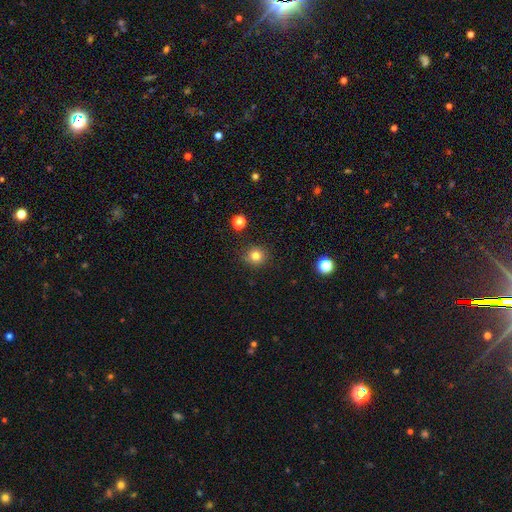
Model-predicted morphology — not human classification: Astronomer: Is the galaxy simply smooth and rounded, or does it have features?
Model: smooth — 81%.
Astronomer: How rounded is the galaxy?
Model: round — 91%.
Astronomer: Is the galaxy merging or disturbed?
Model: none — 88%.